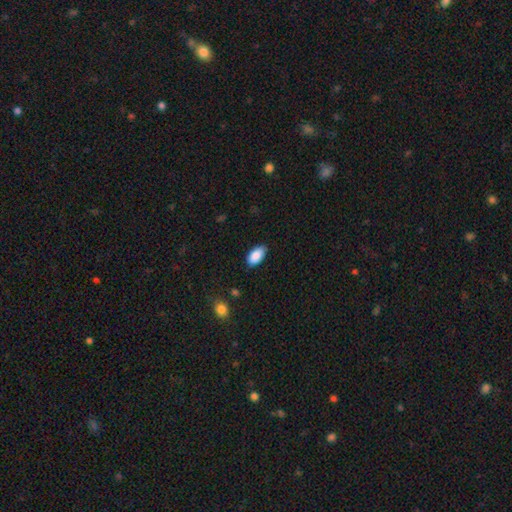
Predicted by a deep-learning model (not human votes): A smooth galaxy with no disk features (89%) that is in between round and cigar-shaped (94%). Merging: none (79%).